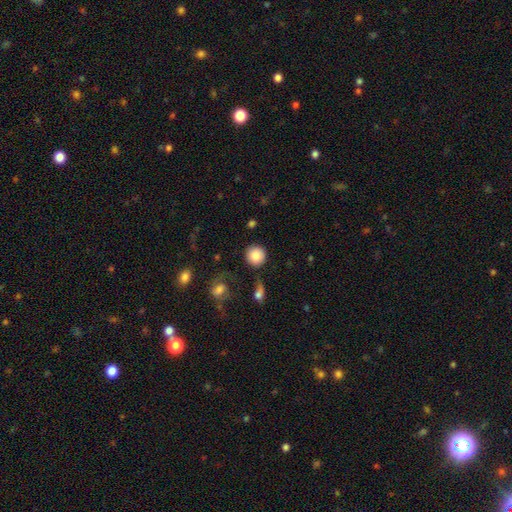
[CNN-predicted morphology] Smooth or featured? smooth (85%)
How rounded? round (93%)
Merging? none (81%)